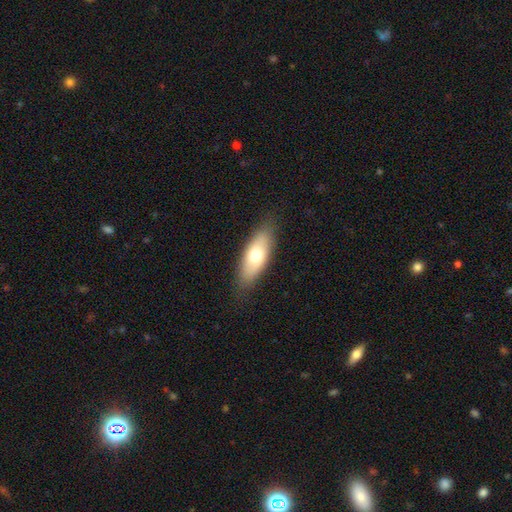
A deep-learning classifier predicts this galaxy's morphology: Overall: smooth (68%). How rounded: in between (71%). Merging: none (84%).